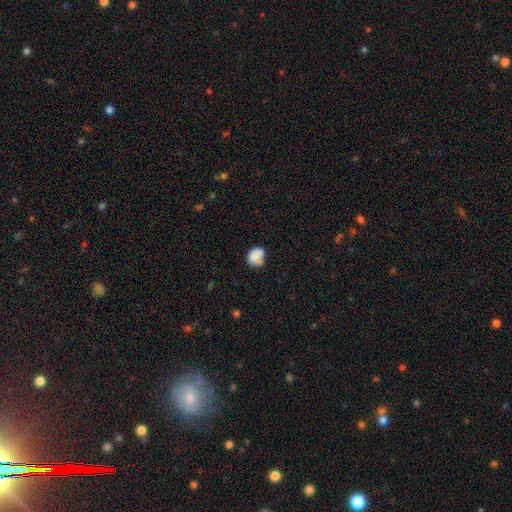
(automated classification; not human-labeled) Morphology: type=smooth (82%); roundness=round (61%); merging=none (55%).